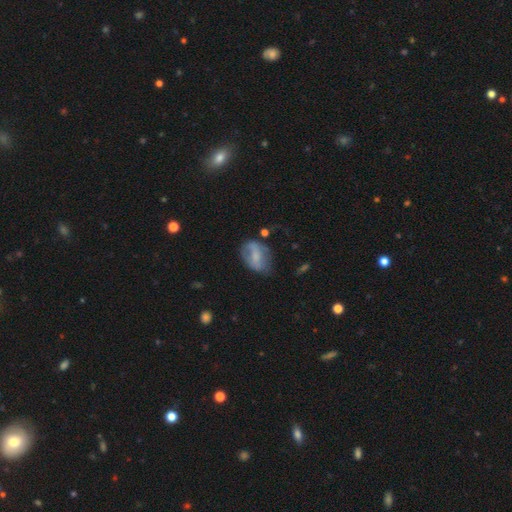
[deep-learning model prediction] Smooth or featured? smooth (57%)
How rounded? in between (81%)
Merging? none (46%)